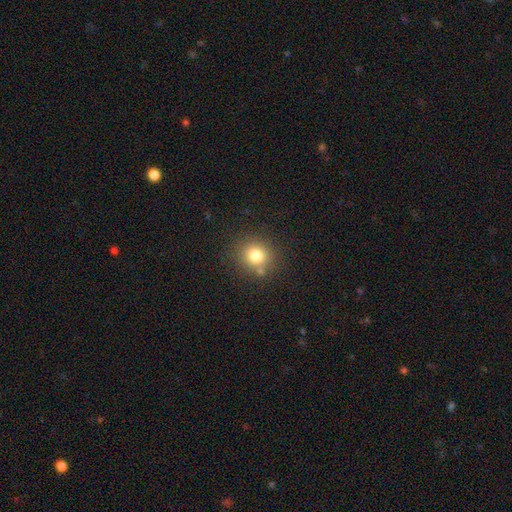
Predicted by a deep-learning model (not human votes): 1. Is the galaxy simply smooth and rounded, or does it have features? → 79% smooth, 13% star or artifact, 8% featured or disk.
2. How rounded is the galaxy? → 86% round, 13% in between, 1% cigar-shaped.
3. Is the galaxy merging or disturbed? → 77% none, 10% minor disturbance, 10% merger, 3% major disturbance.